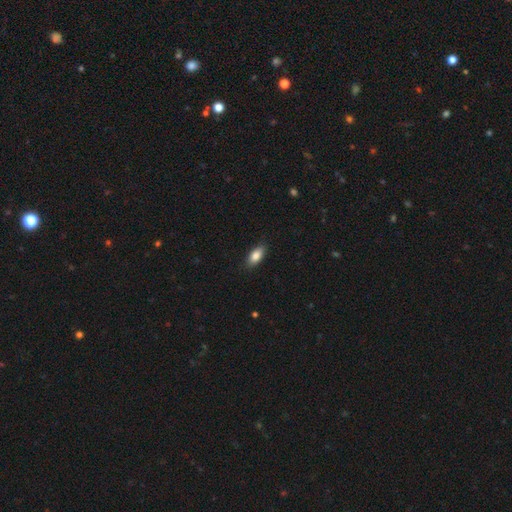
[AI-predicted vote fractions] Morphology: type=smooth (84%); roundness=in between (87%); merging=none (87%).